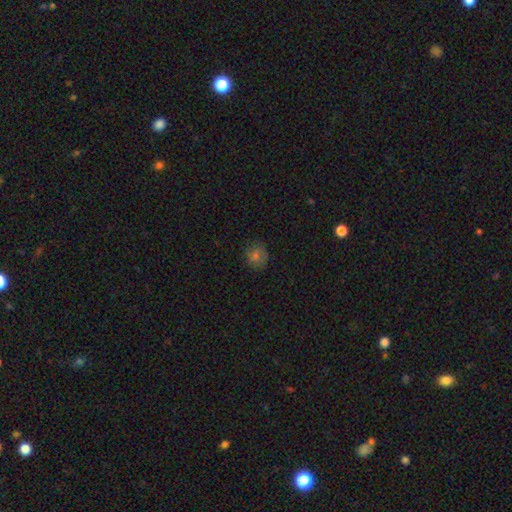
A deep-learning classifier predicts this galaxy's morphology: type=smooth (71%); roundness=round (79%); merging=none (81%).